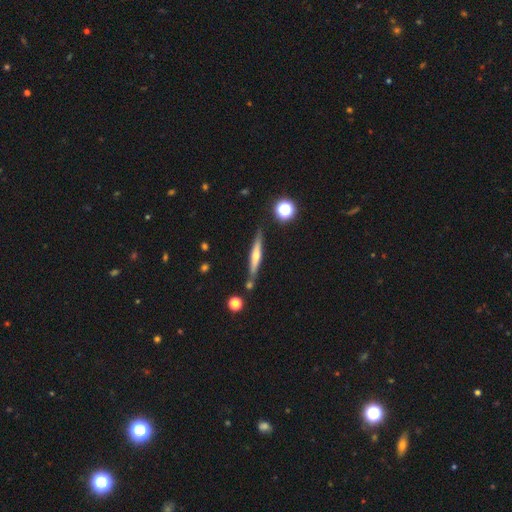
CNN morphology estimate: The model was most divided on "smooth or featured": featured or disk: 56%, smooth: 37%, star or artifact: 8%. More confident: edge-on disk — yes (96%); merging — none (82%); edge-on bulge — rounded (73%).